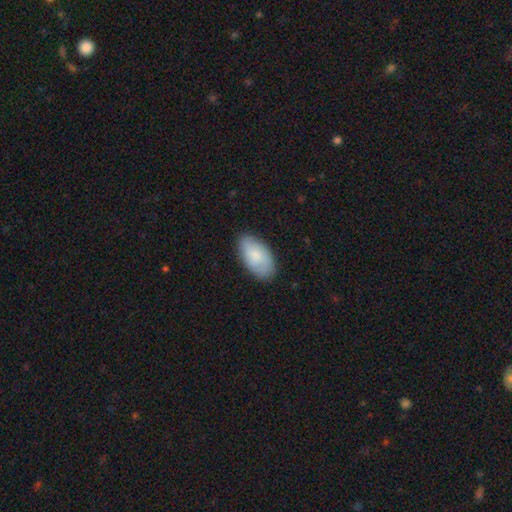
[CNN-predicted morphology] type=smooth (77%); roundness=in between (94%); merging=none (83%).